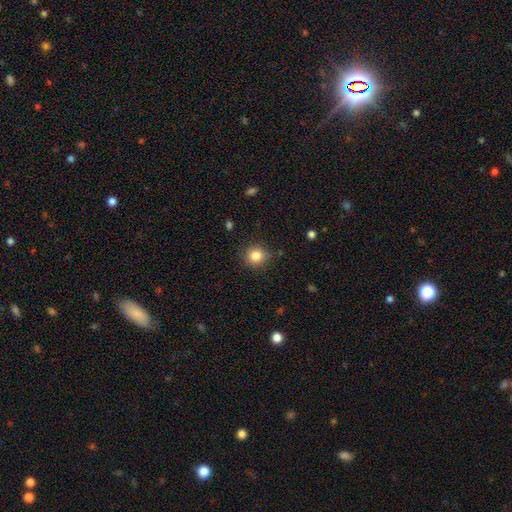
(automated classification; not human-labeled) smooth-or-featured: smooth: 84% | star or artifact: 11% | featured or disk: 6%
  how-rounded: round: 88% | in between: 11% | cigar-shaped: 1%
  merging: none: 86% | minor disturbance: 10% | major disturbance: 3% | merger: 2%